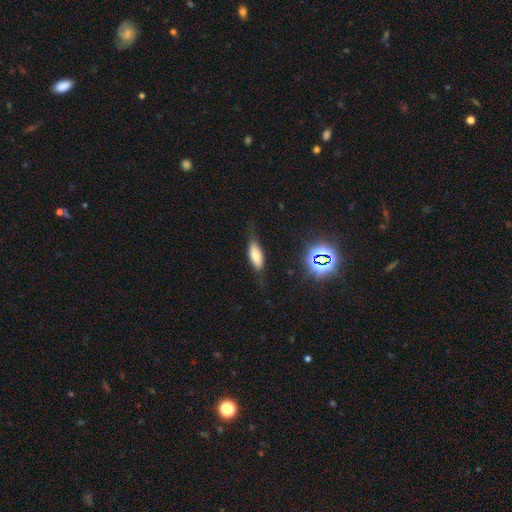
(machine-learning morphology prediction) Smooth or featured? Predicted: smooth (p=0.68). How rounded? Predicted: in between (p=0.66). Merging? Predicted: none (p=0.69).